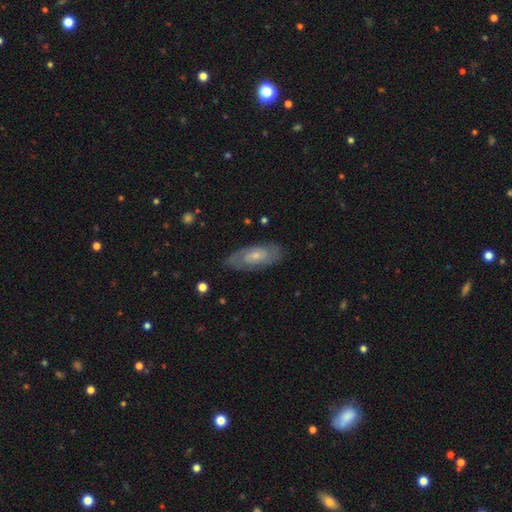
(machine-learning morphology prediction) Overall: featured or disk (62%; smooth 32%). Edge-on disk: no (89%). Bar: no (66%; weak 29%). Spiral arms: yes (82%). Bulge size: small (64%; moderate 28%). Merging: none (79%).